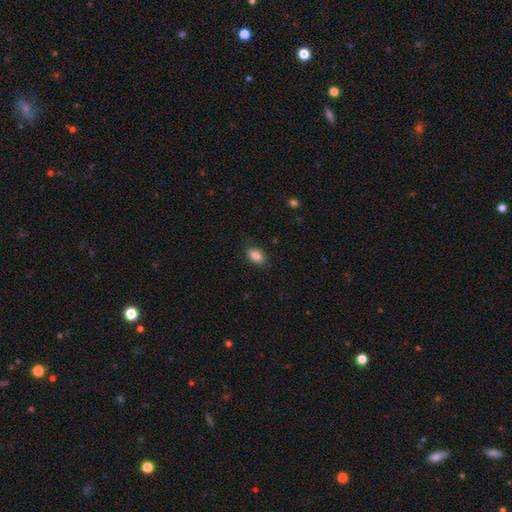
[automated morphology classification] A smooth galaxy with no disk features (87%) that is in between round and cigar-shaped (88%).

Vote fractions:
- Smooth or featured? smooth: 87% / star or artifact: 8% / featured or disk: 5%
- How rounded? in between: 88% / round: 10% / cigar-shaped: 2%
- Merging? none: 84% / minor disturbance: 12% / major disturbance: 3% / merger: 1%